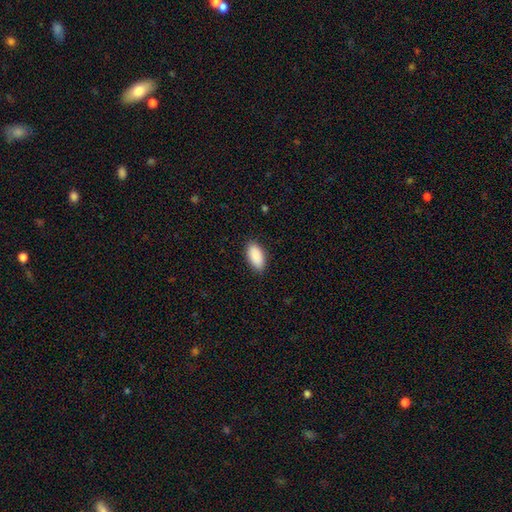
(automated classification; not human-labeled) Smooth or featured: smooth — 90% (star or artifact — 6%)
How rounded: in between — 93% (cigar-shaped — 5%)
Merging: none — 86% (minor disturbance — 11%)